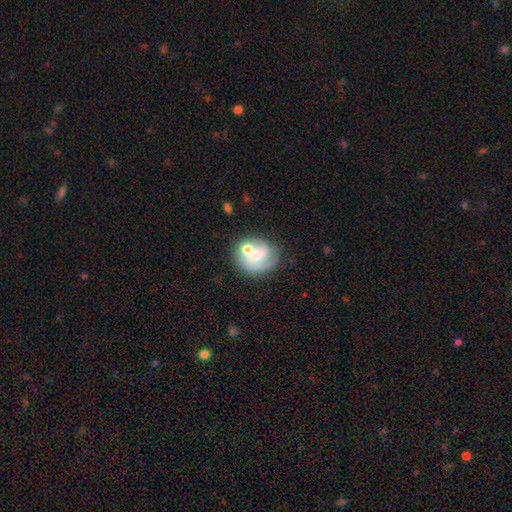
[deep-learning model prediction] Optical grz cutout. It shows a featured or disk galaxy (53%) with no bar (64%), spiral arms (65%) and a moderate central bulge (48%). Merging: none (42%).